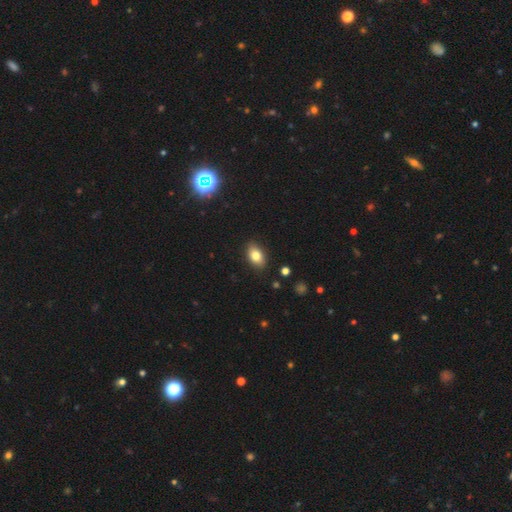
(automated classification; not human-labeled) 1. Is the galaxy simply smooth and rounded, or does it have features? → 80% smooth, 10% featured or disk, 9% star or artifact.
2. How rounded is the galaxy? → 87% in between, 11% round, 2% cigar-shaped.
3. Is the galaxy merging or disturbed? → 87% none, 9% minor disturbance, 2% major disturbance, 1% merger.